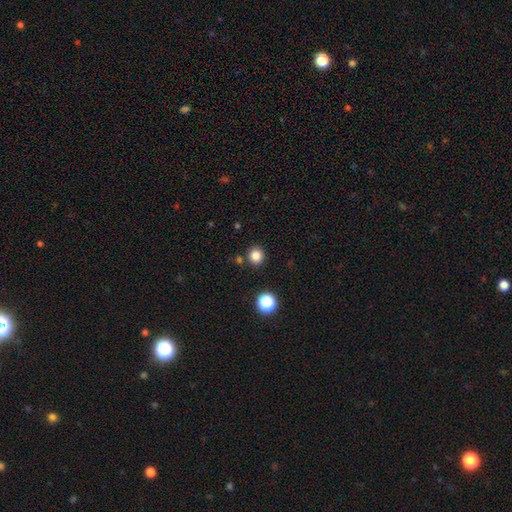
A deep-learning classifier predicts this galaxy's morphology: Smooth or featured?
  - smooth: 83% *
  - star or artifact: 14%
  - featured or disk: 4%
How rounded?
  - round: 89% *
  - in between: 10%
  - cigar-shaped: 1%
Merging?
  - none: 86% *
  - minor disturbance: 7%
  - merger: 4%
  - major disturbance: 2%